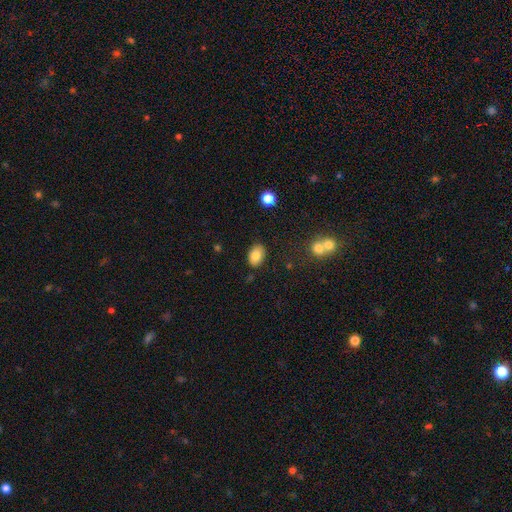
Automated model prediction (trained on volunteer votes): Smooth or featured? smooth (82%)
How rounded? in between (85%)
Merging? none (85%)